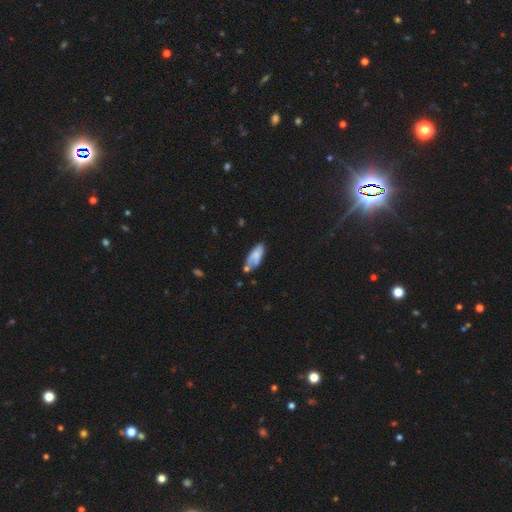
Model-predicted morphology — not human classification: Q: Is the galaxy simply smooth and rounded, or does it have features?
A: smooth — 69%.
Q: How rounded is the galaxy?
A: in between — 76%.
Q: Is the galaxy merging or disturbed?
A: none — 47%.